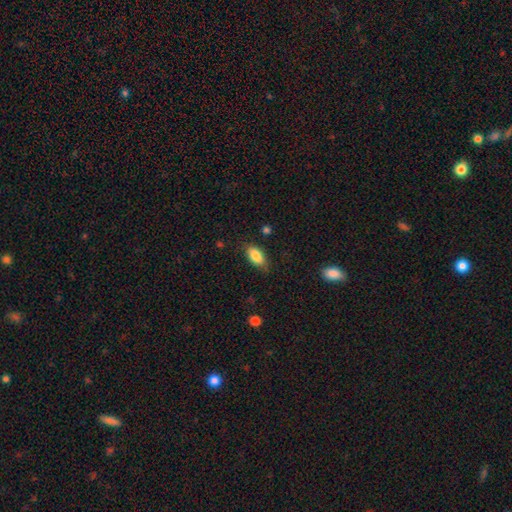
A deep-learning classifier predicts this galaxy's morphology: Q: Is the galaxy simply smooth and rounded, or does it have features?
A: smooth — 85%.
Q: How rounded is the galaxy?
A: in between — 88%.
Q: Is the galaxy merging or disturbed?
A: none — 79%.